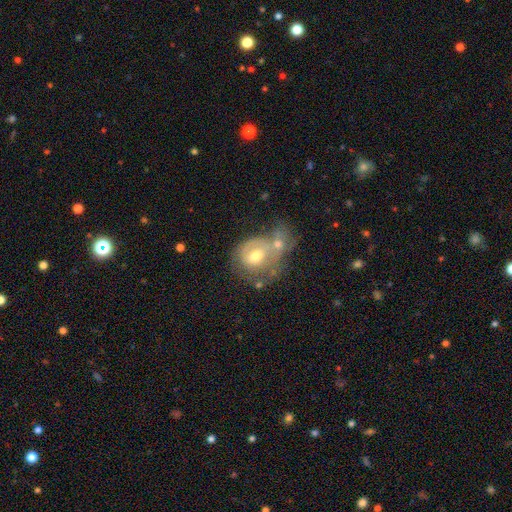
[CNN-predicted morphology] Smooth or featured? featured or disk (49%)
Merging? merger (54%)